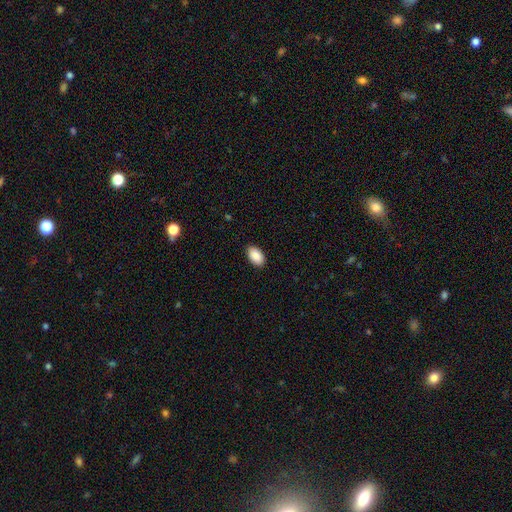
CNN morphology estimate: smooth_or_featured: smooth (p=0.90) [alt: star or artifact p=0.07]
how_rounded: in between (p=0.94) [alt: round p=0.05]
merging: none (p=0.89) [alt: minor disturbance p=0.08]